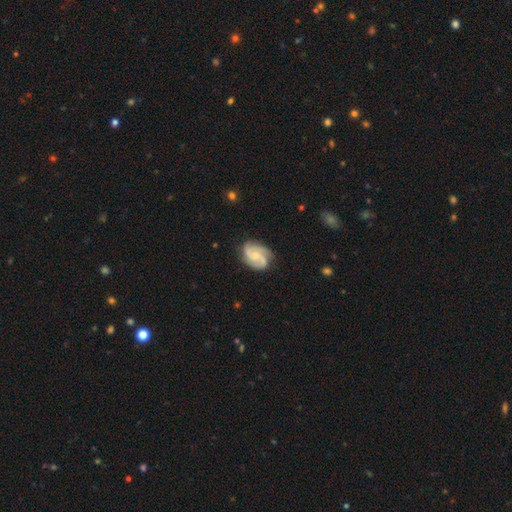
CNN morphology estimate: Smooth or featured? featured or disk (85%)
Edge-on disk? no (98%)
Bar? no (59%)
Spiral arms? yes (98%)
Spiral winding? medium (47%)
Spiral arm count? 3 (52%)
Bulge size? small (53%)
Merging? none (76%)